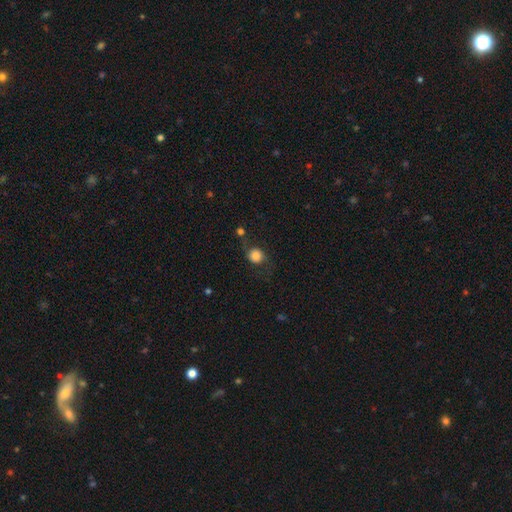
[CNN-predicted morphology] A smooth galaxy with no disk features (74%) that is round (83%). Merging: none (60%).